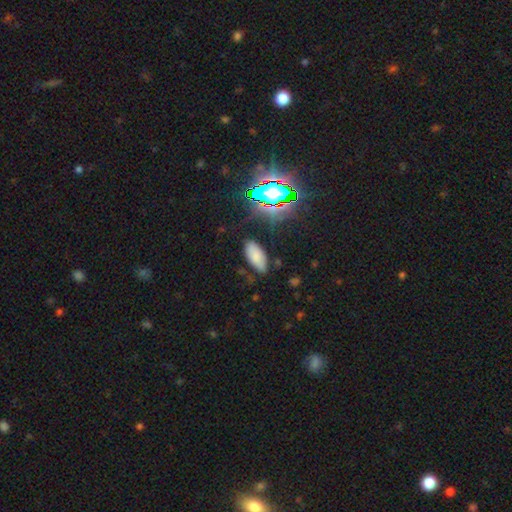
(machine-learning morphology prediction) Smooth or featured? smooth (76%)
How rounded? in between (91%)
Merging? none (79%)